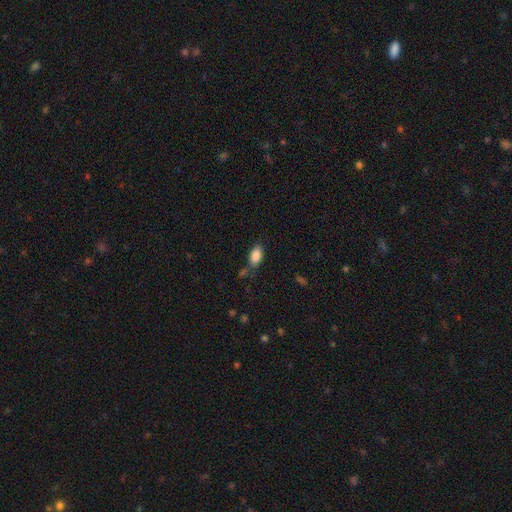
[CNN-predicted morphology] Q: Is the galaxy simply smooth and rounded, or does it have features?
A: smooth — 86%.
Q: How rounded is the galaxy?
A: in between — 91%.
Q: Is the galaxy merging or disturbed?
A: none — 69%.